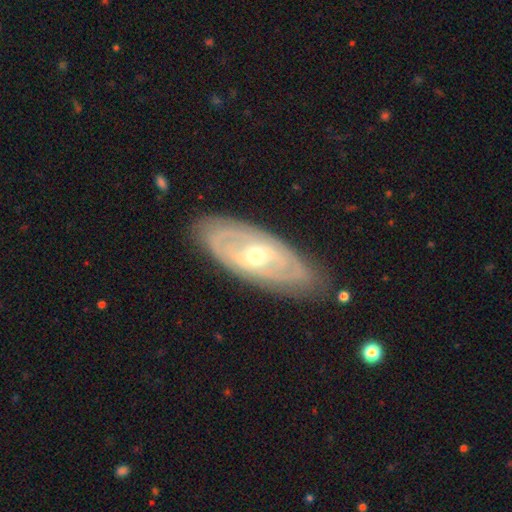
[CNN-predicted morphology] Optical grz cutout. It shows a featured or disk galaxy (79%) with a weak bar (40%), spiral arms (69%) and a moderate central bulge (50%). Merging: none (82%).